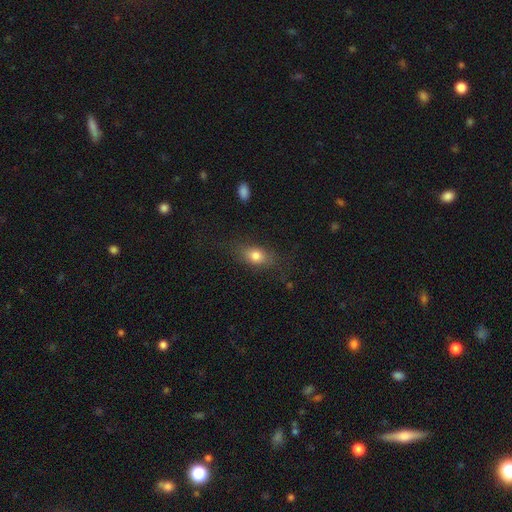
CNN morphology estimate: This is likely a smooth galaxy (77%). How rounded: likely in between (75%). Merging: likely none (74%).